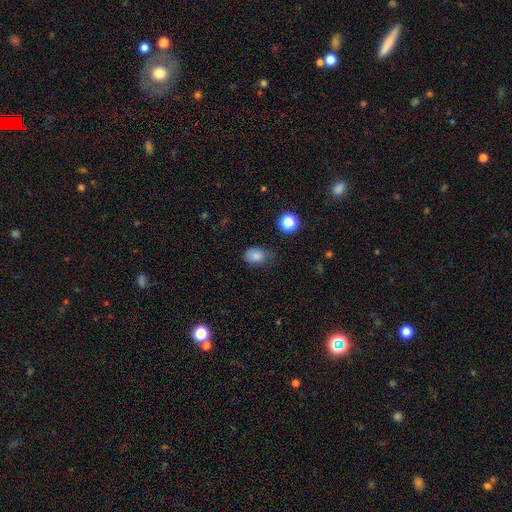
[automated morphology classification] This is clearly a smooth galaxy (82%). How rounded: likely in between (69%). Merging: possibly none (53%).